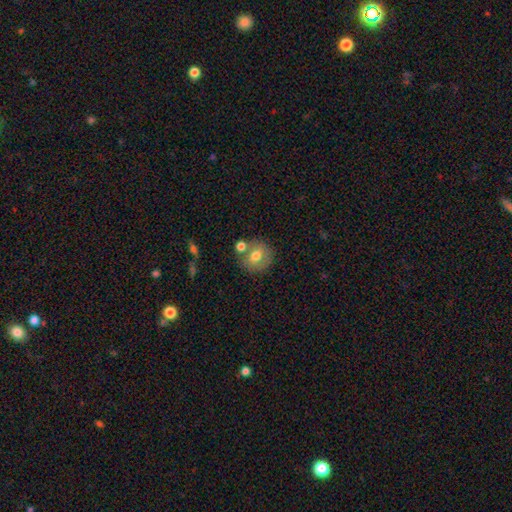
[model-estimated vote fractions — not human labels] smooth 70%, featured or disk 21%, star or artifact 9%. Down the decision tree: how rounded — round (82%); merging — none (65%).